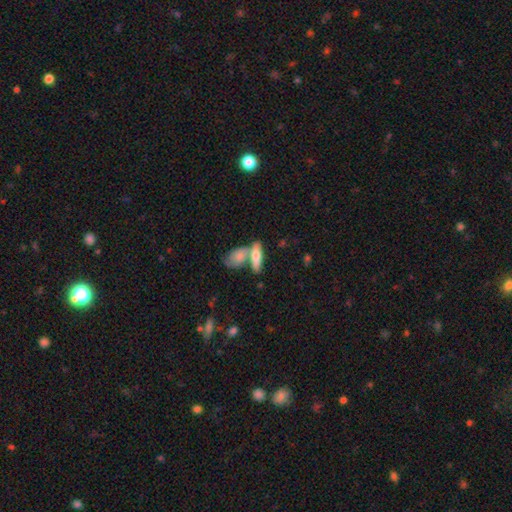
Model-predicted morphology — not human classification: A smooth galaxy with no disk features (63%) that is in between round and cigar-shaped (55%). Merging: merger (45%).